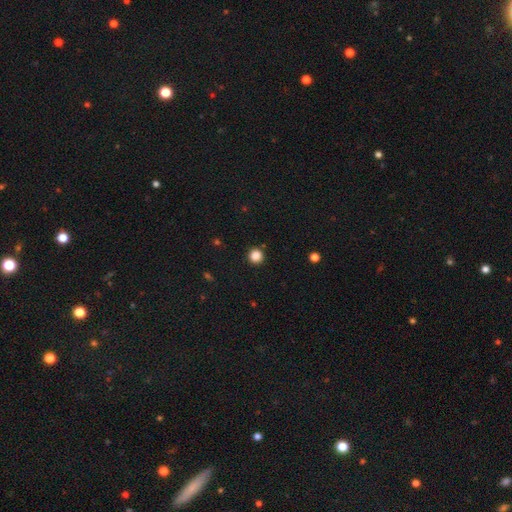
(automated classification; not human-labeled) The model was most divided on "smooth or featured": smooth: 85%, star or artifact: 12%, featured or disk: 3%. More confident: how rounded — round (95%); merging — none (90%).